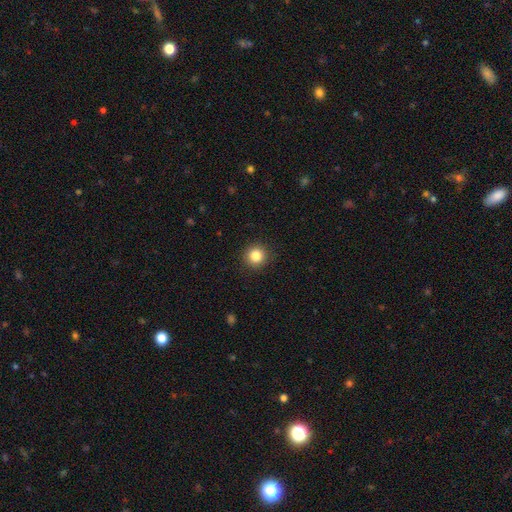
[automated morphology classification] smooth_or_featured: smooth (p=0.84) [alt: star or artifact p=0.11]
how_rounded: round (p=0.94) [alt: in between p=0.05]
merging: none (p=0.92) [alt: minor disturbance p=0.06]